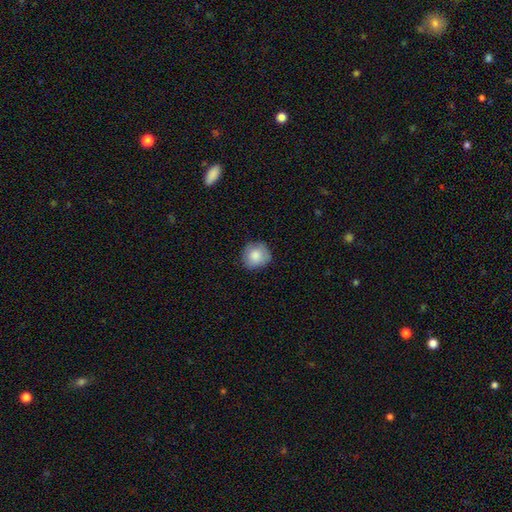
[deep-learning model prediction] smooth-or-featured: smooth: 84% | featured or disk: 9% | star or artifact: 7%
  how-rounded: round: 87% | in between: 12% | cigar-shaped: 1%
  merging: none: 80% | minor disturbance: 16% | major disturbance: 3% | merger: 1%